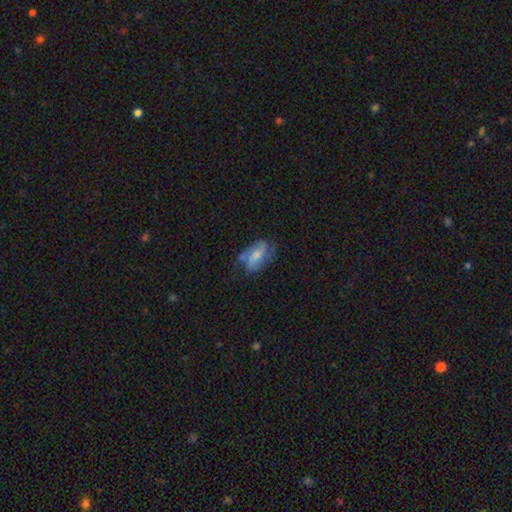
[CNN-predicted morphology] smooth_or_featured: featured or disk (p=0.55) [alt: smooth p=0.37]
disk_edge_on: no (p=0.94) [alt: yes p=0.06]
bar: no (p=0.50) [alt: weak p=0.36]
has_spiral_arms: yes (p=0.78) [alt: no p=0.22]
bulge_size: moderate (p=0.40) [alt: small p=0.39]
merging: none (p=0.48) [alt: minor disturbance p=0.29]